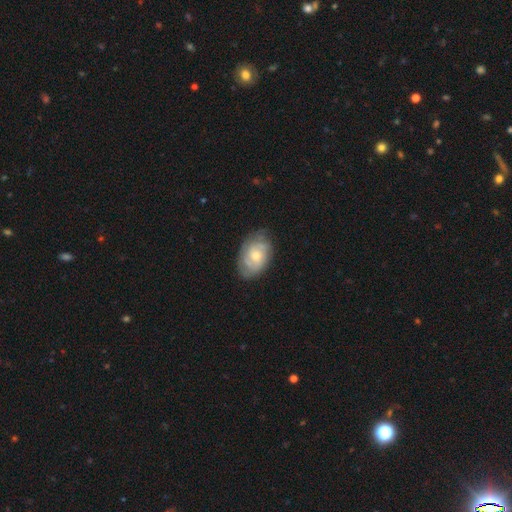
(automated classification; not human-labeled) Q: Smooth or featured?
A: featured or disk (68%); runner-up: smooth (27%)
Q: Edge-on disk?
A: no (96%); runner-up: yes (4%)
Q: Bar?
A: no (74%); runner-up: weak (23%)
Q: Spiral arms?
A: yes (88%); runner-up: no (12%)
Q: Spiral winding?
A: tight (62%); runner-up: medium (29%)
Q: Spiral arm count?
A: can't tell (43%); runner-up: 2 (26%)
Q: Bulge size?
A: moderate (49%); runner-up: small (47%)
Q: Merging?
A: none (74%); runner-up: minor disturbance (19%)